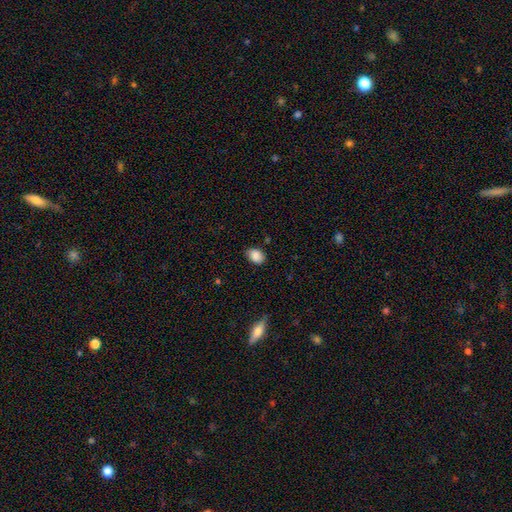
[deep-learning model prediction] This is clearly a smooth galaxy (87%). How rounded: likely in between (74%). Merging: likely none (72%).